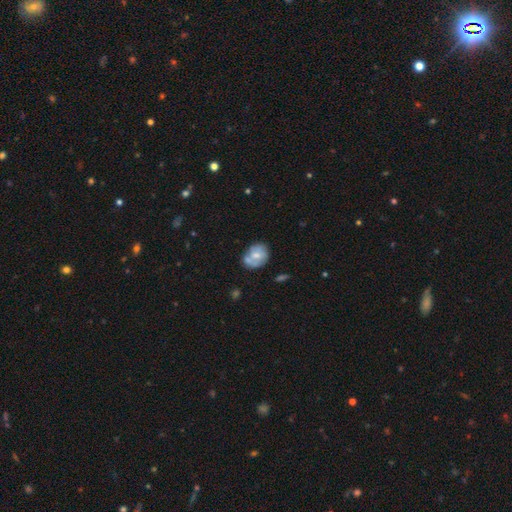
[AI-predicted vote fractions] A smooth galaxy with no disk features (57%) that is round (50%). Merging: none (45%).